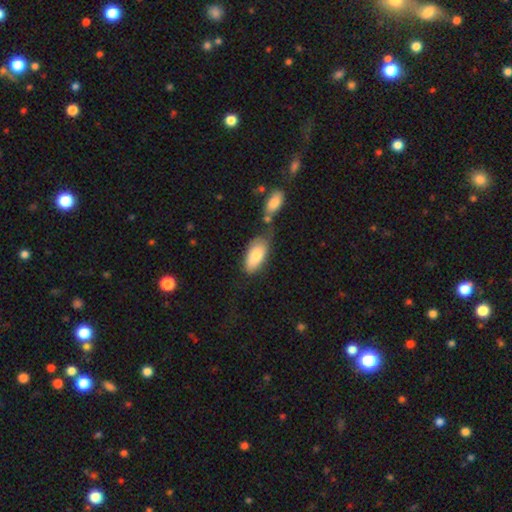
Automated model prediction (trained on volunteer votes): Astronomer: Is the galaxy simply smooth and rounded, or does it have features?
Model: smooth — 82%.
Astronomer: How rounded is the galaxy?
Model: in between — 91%.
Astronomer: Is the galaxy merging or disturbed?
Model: none — 47% (runner-up: merger, 24%).